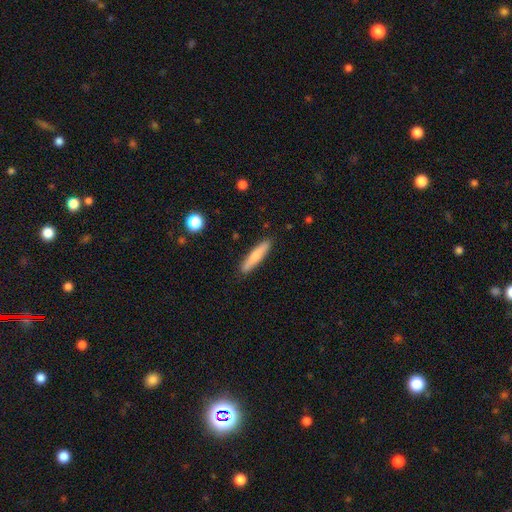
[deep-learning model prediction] The model was most divided on "smooth or featured": smooth: 72%, featured or disk: 23%, star or artifact: 6%. More confident: merging — none (88%); how rounded — cigar-shaped (87%).